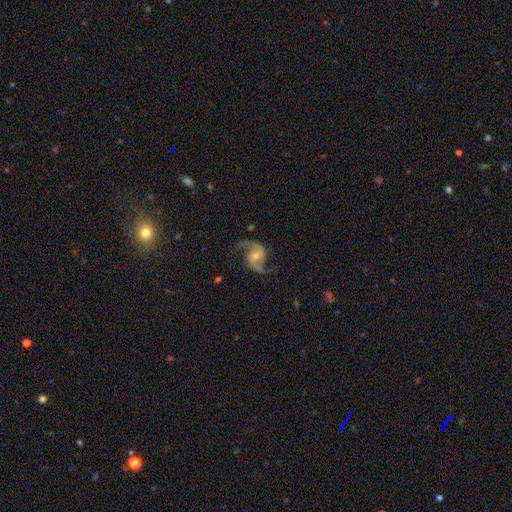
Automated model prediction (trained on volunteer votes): Q: Smooth or featured?
A: featured or disk (91%); runner-up: star or artifact (6%)
Q: Edge-on disk?
A: no (98%); runner-up: yes (2%)
Q: Bar?
A: no (53%); runner-up: weak (37%)
Q: Spiral arms?
A: yes (98%); runner-up: no (2%)
Q: Spiral winding?
A: medium (49%); runner-up: loose (41%)
Q: Spiral arm count?
A: 2 (94%); runner-up: 1 (2%)
Q: Bulge size?
A: moderate (48%); runner-up: small (43%)
Q: Merging?
A: none (79%); runner-up: minor disturbance (13%)